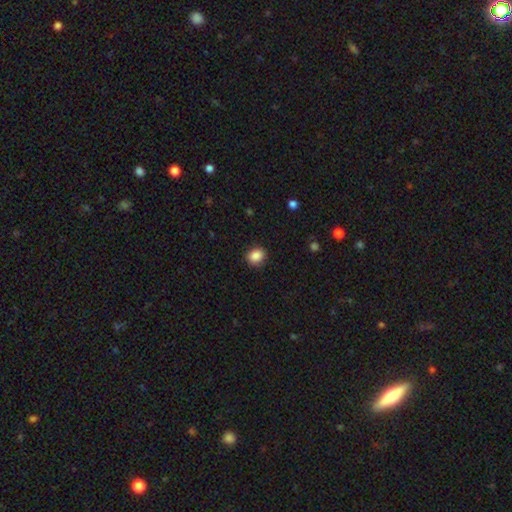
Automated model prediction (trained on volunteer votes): The model was most divided on "how rounded": round: 64%, in between: 35%, cigar-shaped: 1%. More confident: merging — none (88%); smooth or featured — smooth (88%).